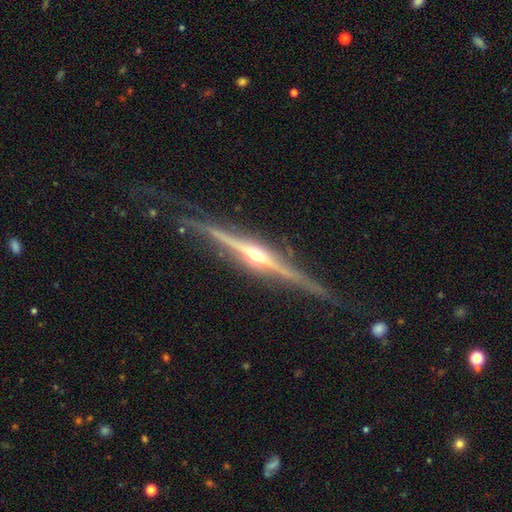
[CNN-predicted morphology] This appears to be a featured or disk galaxy (89%) viewed edge-on (98%) with a rounded central bulge (92%). Merging: none (84%).